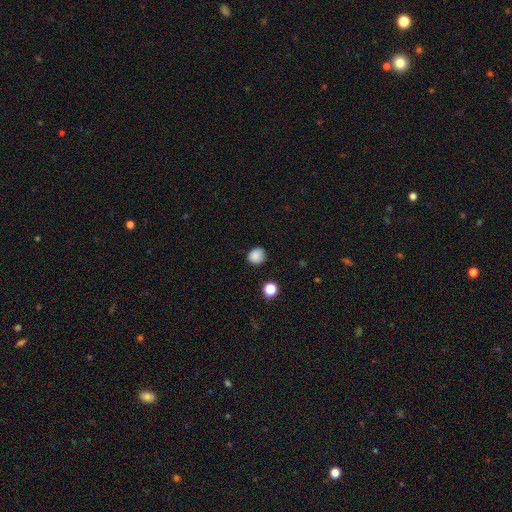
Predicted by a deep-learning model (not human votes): The model was most divided on "how rounded": round: 76%, in between: 23%, cigar-shaped: 1%. More confident: smooth or featured — smooth (86%); merging — none (83%).